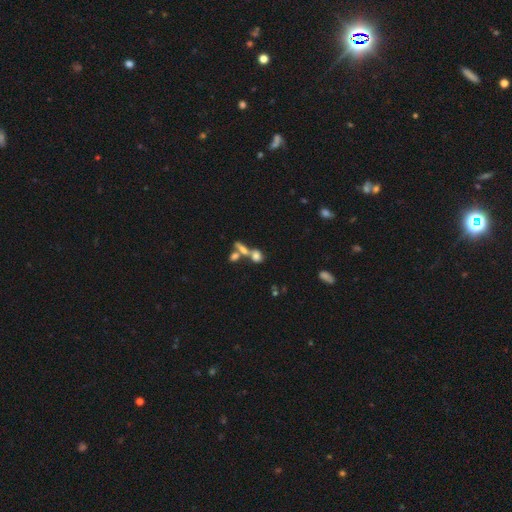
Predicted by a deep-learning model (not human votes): Smooth or featured? smooth (64%)
How rounded? in between (49%)
Merging? merger (52%)